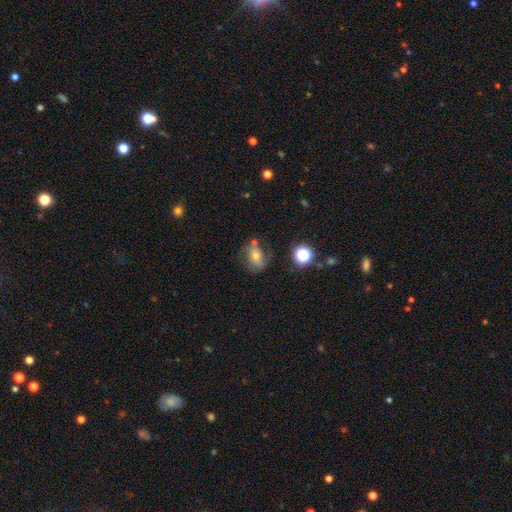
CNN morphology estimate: Smooth or featured?
  - smooth: 52% *
  - featured or disk: 34%
  - star or artifact: 14%
How rounded?
  - in between: 60% *
  - round: 38%
  - cigar-shaped: 2%
Merging?
  - none: 56% *
  - minor disturbance: 22%
  - major disturbance: 12%
  - merger: 11%